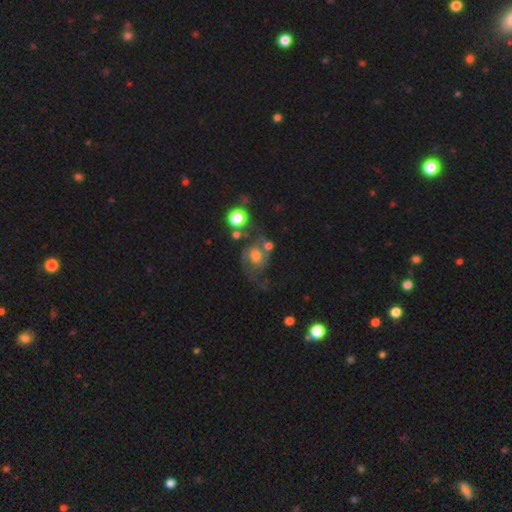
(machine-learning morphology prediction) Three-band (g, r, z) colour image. It shows a featured or disk galaxy (70%) with no bar (65%), 2 (78%) medium (48%) spiral arms (82%) and a moderate central bulge (64%). Merging: none (45%).